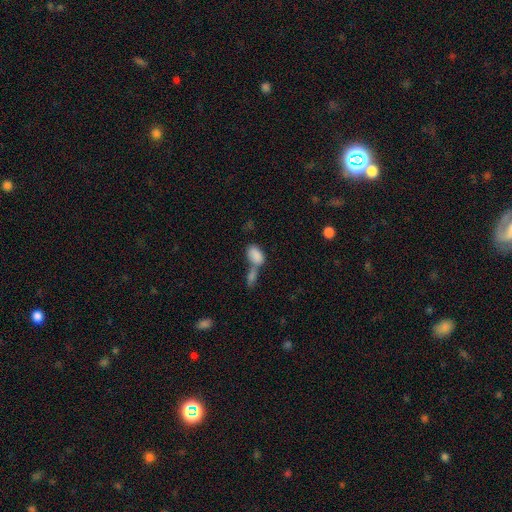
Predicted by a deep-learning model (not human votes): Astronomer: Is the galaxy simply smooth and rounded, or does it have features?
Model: smooth — 84%.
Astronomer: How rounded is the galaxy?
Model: in between — 92%.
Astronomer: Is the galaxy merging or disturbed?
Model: merger — 65%.